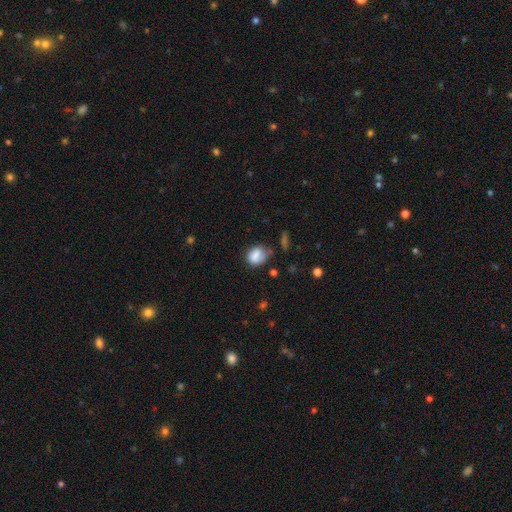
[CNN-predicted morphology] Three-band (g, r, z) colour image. It shows a smooth galaxy with no disk features (80%) that is round (57%). Merging: none (54%).